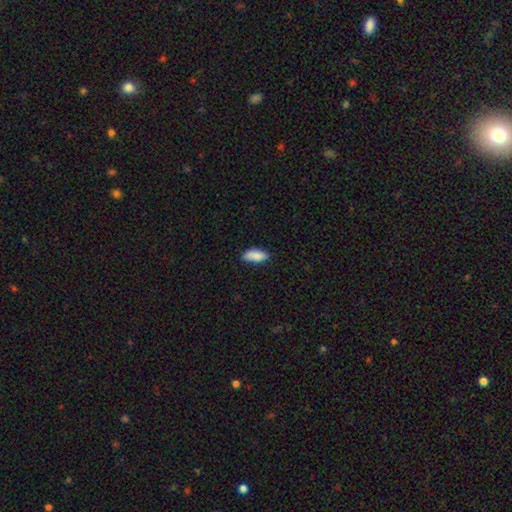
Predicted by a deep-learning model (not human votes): Smooth or featured?
  - smooth: 86% *
  - featured or disk: 8%
  - star or artifact: 6%
How rounded?
  - in between: 82% *
  - cigar-shaped: 16%
  - round: 2%
Merging?
  - none: 80% *
  - minor disturbance: 16%
  - major disturbance: 2%
  - merger: 1%